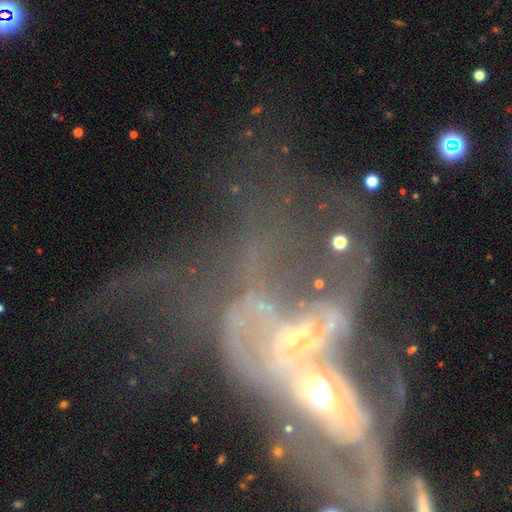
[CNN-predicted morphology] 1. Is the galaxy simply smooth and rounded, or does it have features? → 68% featured or disk, 18% star or artifact, 14% smooth.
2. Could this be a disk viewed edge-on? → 93% no, 7% yes.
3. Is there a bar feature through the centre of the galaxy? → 68% no, 20% weak, 12% strong.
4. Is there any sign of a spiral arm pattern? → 55% no, 45% yes.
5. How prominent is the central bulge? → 43% moderate, 29% small, 17% none, 8% large, 3% dominant.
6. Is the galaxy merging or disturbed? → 54% merger, 31% major disturbance, 9% none, 6% minor disturbance.